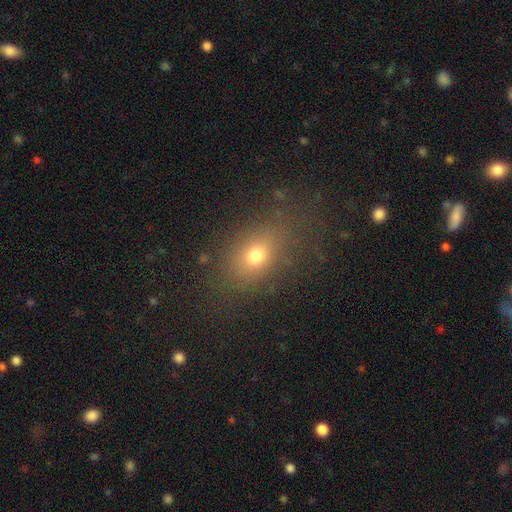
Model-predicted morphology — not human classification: Q: Smooth or featured?
A: smooth (71%); runner-up: star or artifact (17%)
Q: How rounded?
A: in between (66%); runner-up: round (31%)
Q: Merging?
A: none (75%); runner-up: minor disturbance (14%)